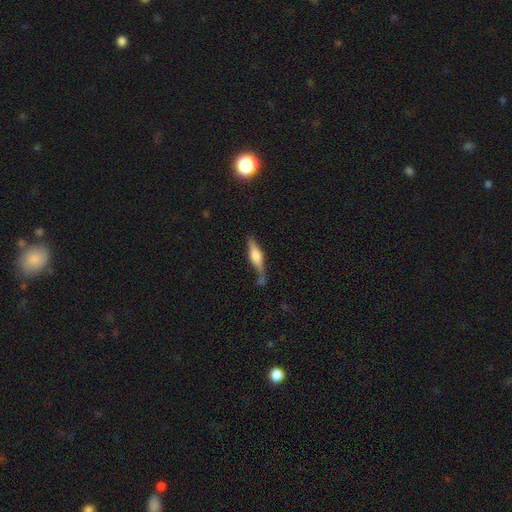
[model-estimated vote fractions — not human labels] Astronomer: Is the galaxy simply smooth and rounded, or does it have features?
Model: featured or disk — 55% (runner-up: smooth, 37%).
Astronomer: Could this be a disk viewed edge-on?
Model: yes — 93%.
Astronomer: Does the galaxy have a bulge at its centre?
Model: rounded — 82%.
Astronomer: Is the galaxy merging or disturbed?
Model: none — 66%.